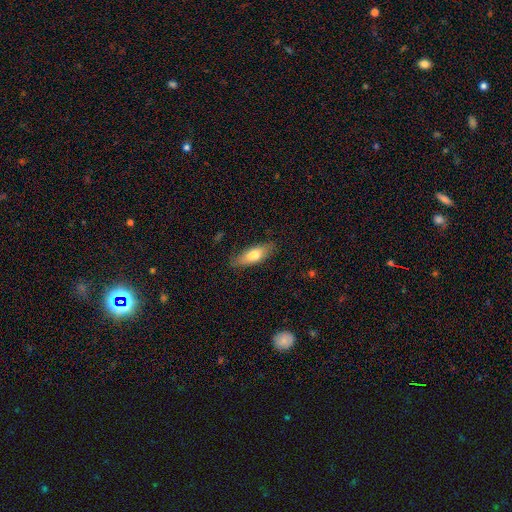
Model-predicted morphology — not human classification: smooth_or_featured: smooth (p=0.71) [alt: featured or disk p=0.23]
how_rounded: in between (p=0.68) [alt: cigar-shaped p=0.29]
merging: none (p=0.82) [alt: minor disturbance p=0.14]